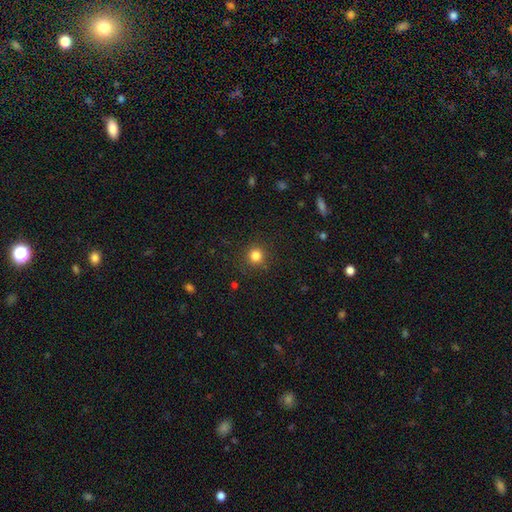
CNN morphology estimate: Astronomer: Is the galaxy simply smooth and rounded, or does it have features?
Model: smooth — 83%.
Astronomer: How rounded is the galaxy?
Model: round — 93%.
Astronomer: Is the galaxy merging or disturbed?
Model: none — 88%.